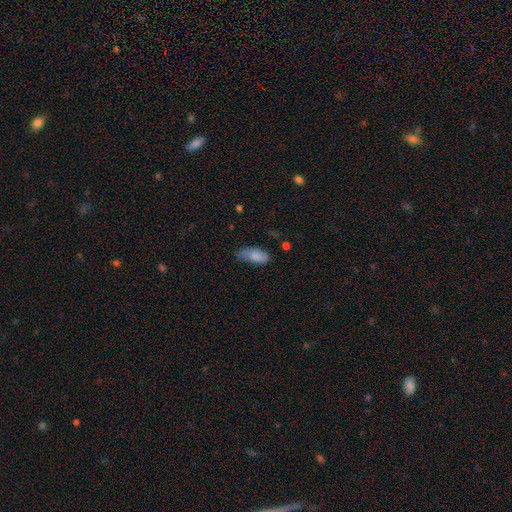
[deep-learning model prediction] Q: Smooth or featured?
A: smooth (79%); runner-up: featured or disk (13%)
Q: How rounded?
A: in between (85%); runner-up: cigar-shaped (12%)
Q: Merging?
A: none (55%); runner-up: minor disturbance (33%)